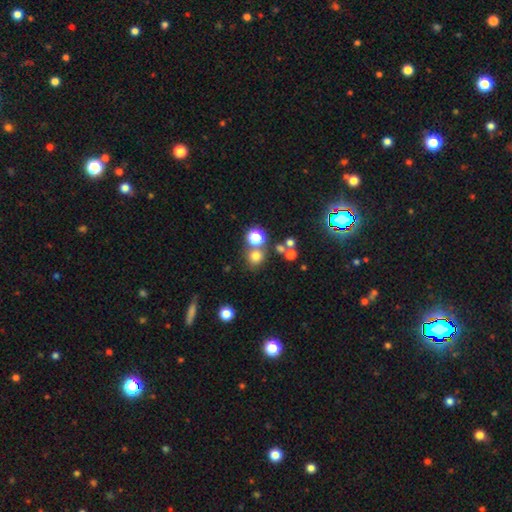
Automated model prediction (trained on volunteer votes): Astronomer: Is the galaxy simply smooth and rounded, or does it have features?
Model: smooth — 74%.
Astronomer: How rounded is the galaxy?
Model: round — 86%.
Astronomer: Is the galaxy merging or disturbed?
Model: none — 66%.